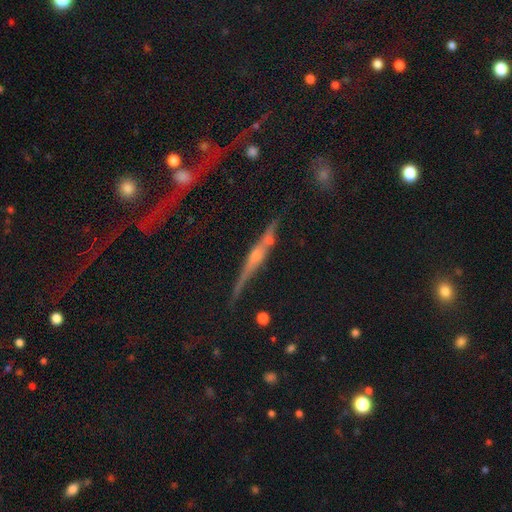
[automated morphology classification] The model was most divided on "edge-on bulge": rounded: 62%, none: 23%, boxy: 15%. More confident: edge-on disk — yes (94%); smooth or featured — featured or disk (71%); merging — none (69%).